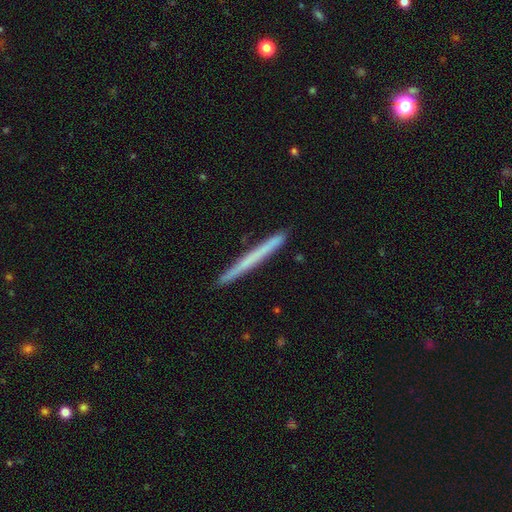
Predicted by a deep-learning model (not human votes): This appears to be a smooth galaxy with no disk features (50%). Merging: none (91%).